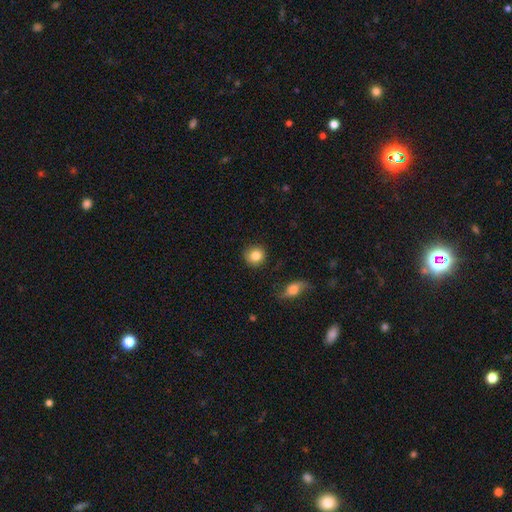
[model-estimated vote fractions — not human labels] A smooth galaxy with no disk features (83%) that is round (91%).

Vote fractions:
- Smooth or featured? smooth: 83% / star or artifact: 8% / featured or disk: 8%
- How rounded? round: 91% / in between: 8% / cigar-shaped: 1%
- Merging? none: 89% / minor disturbance: 7% / major disturbance: 2% / merger: 2%